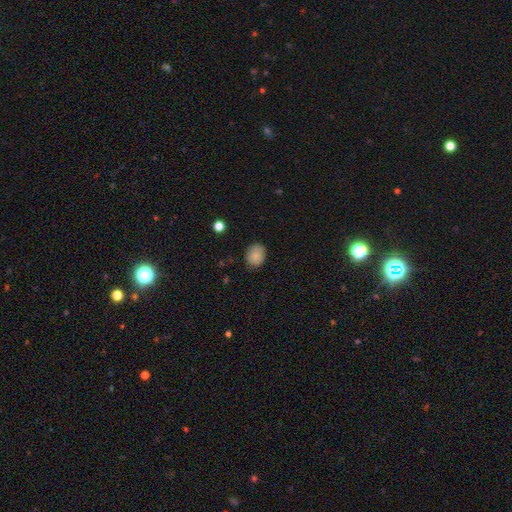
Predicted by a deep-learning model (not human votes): smooth 85%, star or artifact 9%, featured or disk 6%. Down the decision tree: how rounded — round (60%); merging — none (81%).